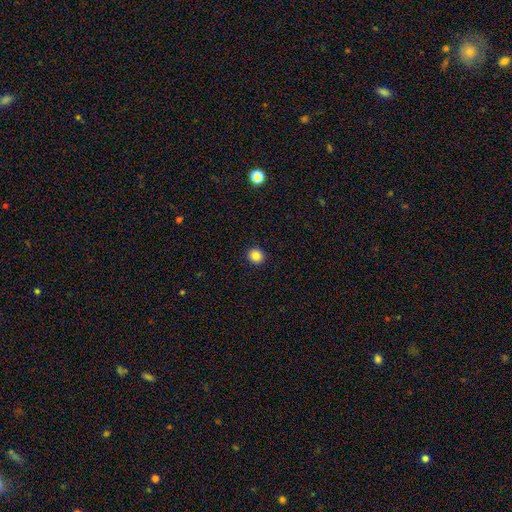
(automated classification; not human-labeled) Q: Smooth or featured?
A: smooth (85%); runner-up: star or artifact (11%)
Q: How rounded?
A: round (88%); runner-up: in between (11%)
Q: Merging?
A: none (93%); runner-up: minor disturbance (5%)